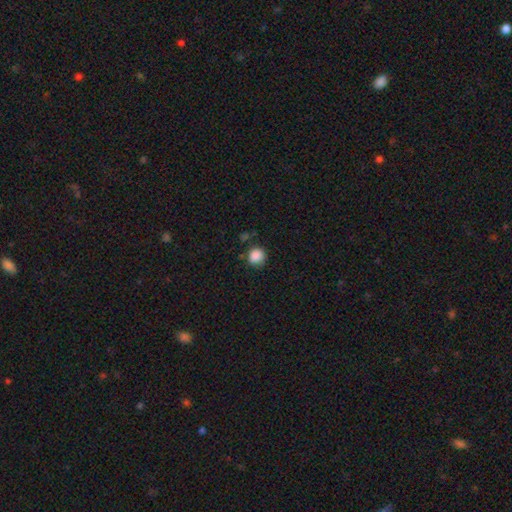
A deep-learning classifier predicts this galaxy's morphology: smooth-or-featured: smooth: 87% | star or artifact: 10% | featured or disk: 3%
  how-rounded: round: 86% | in between: 13% | cigar-shaped: 1%
  merging: none: 77% | minor disturbance: 15% | major disturbance: 4% | merger: 4%